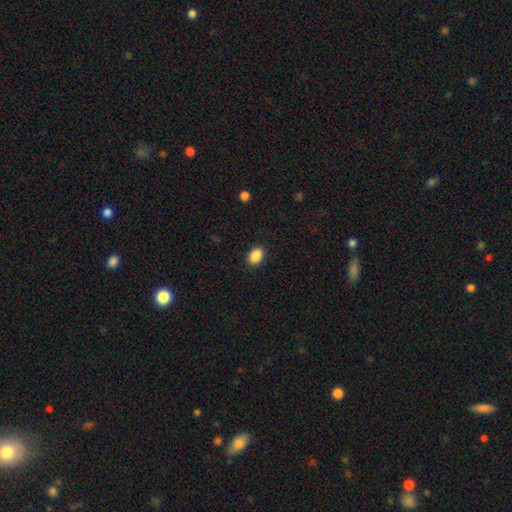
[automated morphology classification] smooth 89%, star or artifact 8%, featured or disk 3%. Down the decision tree: how rounded — in between (75%); merging — none (89%).